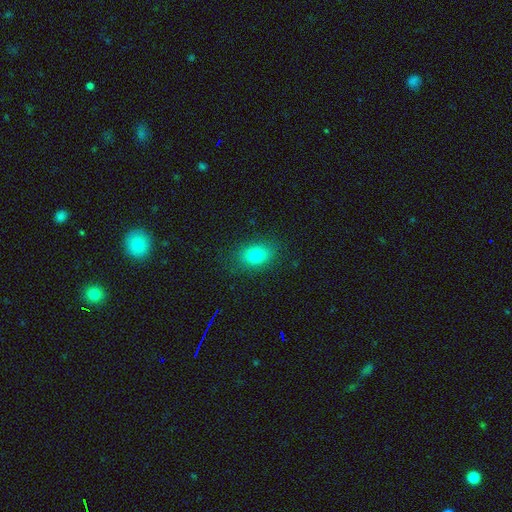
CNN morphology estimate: The model was most divided on "how rounded": in between: 72%, round: 26%, cigar-shaped: 2%. More confident: merging — none (85%); smooth or featured — smooth (79%).